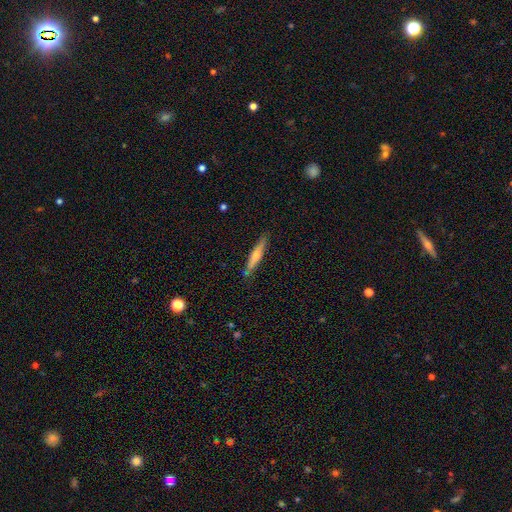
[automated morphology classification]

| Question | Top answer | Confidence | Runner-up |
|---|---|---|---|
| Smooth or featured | smooth | 57% | featured or disk (37%) |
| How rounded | cigar-shaped | 92% | in between (7%) |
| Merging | none | 85% | minor disturbance (12%) |